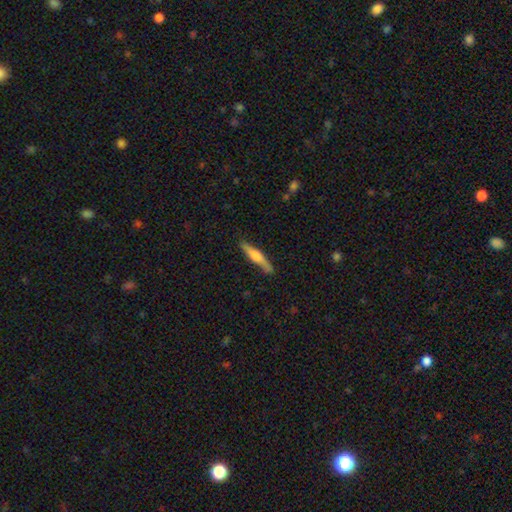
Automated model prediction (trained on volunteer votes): Smooth or featured? featured or disk (51%)
Edge-on disk? yes (94%)
Merging? none (84%)